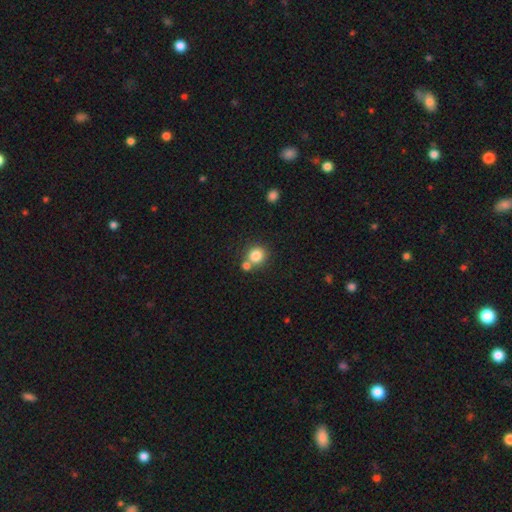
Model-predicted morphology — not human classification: Overall: smooth (82%). How rounded: round (88%). Merging: none (60%; merger 29%).